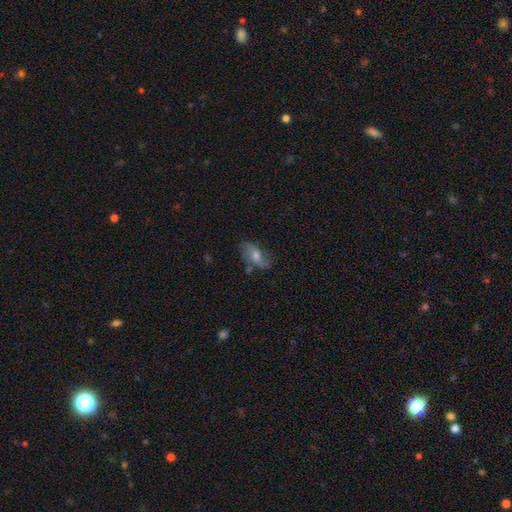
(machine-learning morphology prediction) A featured or disk galaxy (55%). Merging: none (66%).